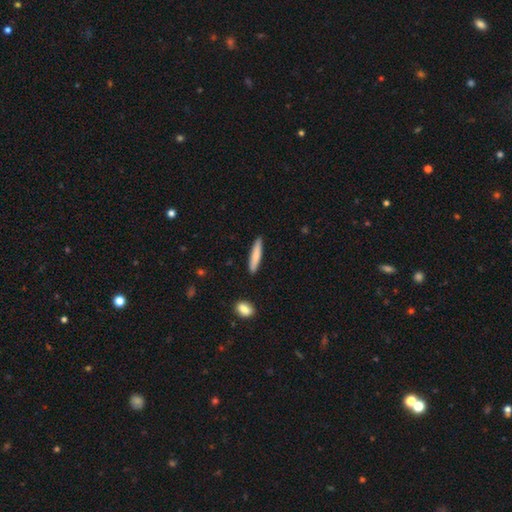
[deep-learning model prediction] Smooth or featured: smooth — 78% (featured or disk — 17%)
How rounded: cigar-shaped — 91% (in between — 8%)
Merging: none — 89% (minor disturbance — 8%)